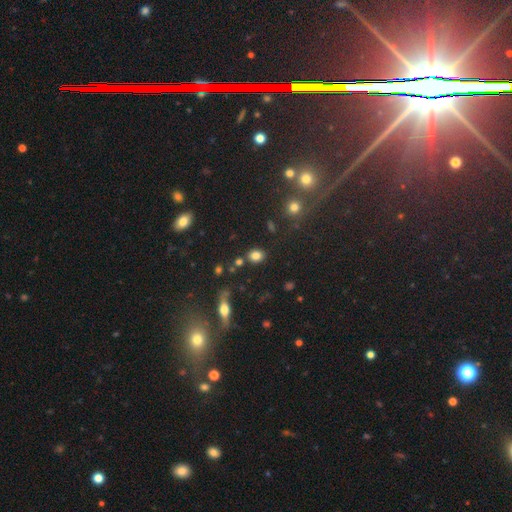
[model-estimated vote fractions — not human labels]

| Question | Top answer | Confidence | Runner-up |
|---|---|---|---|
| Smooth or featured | smooth | 81% | star or artifact (12%) |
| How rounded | round | 52% | in between (46%) |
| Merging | none | 81% | minor disturbance (10%) |